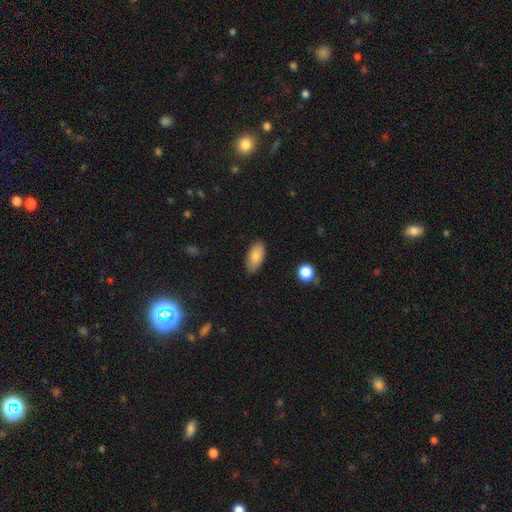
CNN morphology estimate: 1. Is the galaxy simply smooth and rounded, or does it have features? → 84% smooth, 9% featured or disk, 7% star or artifact.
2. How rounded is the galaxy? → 92% in between, 5% cigar-shaped, 3% round.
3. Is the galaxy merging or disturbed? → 84% none, 12% minor disturbance, 2% major disturbance, 1% merger.